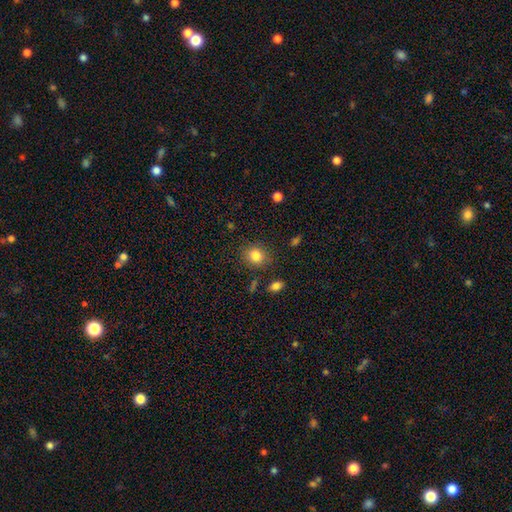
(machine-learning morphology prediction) smooth-or-featured: smooth: 83% | star or artifact: 10% | featured or disk: 7%
  how-rounded: round: 72% | in between: 27% | cigar-shaped: 1%
  merging: none: 84% | minor disturbance: 10% | major disturbance: 3% | merger: 3%